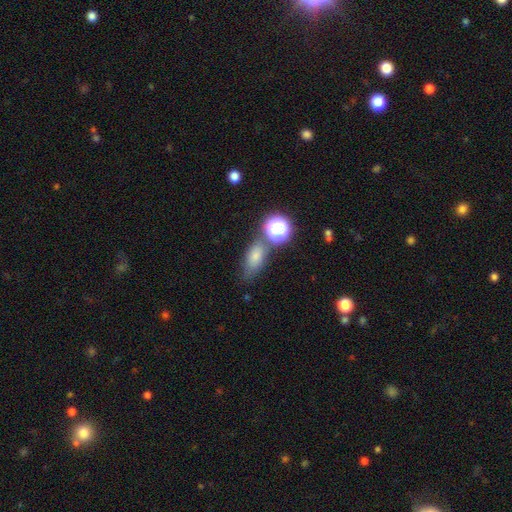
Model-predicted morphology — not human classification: Overall: smooth (62%; star or artifact 24%). How rounded: in between (70%). Merging: none (63%).